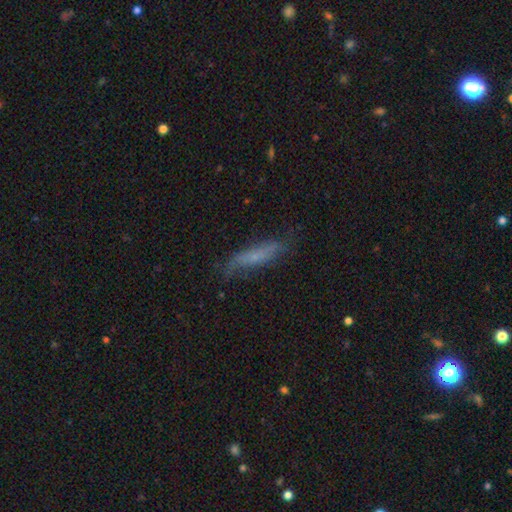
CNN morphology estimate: A smooth galaxy with no disk features (55%) that is cigar-shaped (81%).

Vote fractions:
- Smooth or featured? smooth: 55% / featured or disk: 36% / star or artifact: 9%
- How rounded? cigar-shaped: 81% / in between: 17% / round: 2%
- Merging? none: 69% / minor disturbance: 22% / major disturbance: 7% / merger: 2%